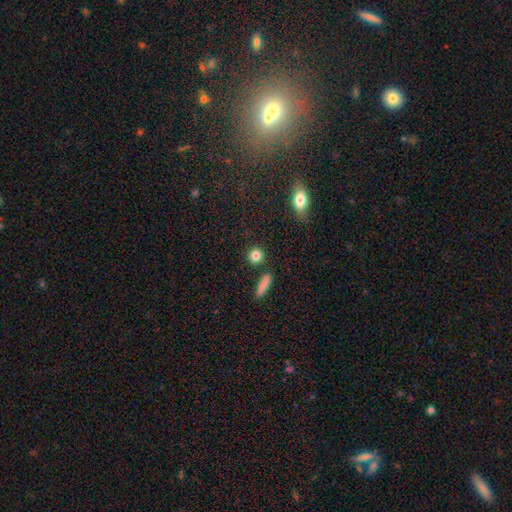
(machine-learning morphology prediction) smooth-or-featured: smooth: 84% | star or artifact: 9% | featured or disk: 7%
  how-rounded: round: 88% | in between: 9% | cigar-shaped: 3%
  merging: none: 87% | minor disturbance: 6% | merger: 4% | major disturbance: 2%